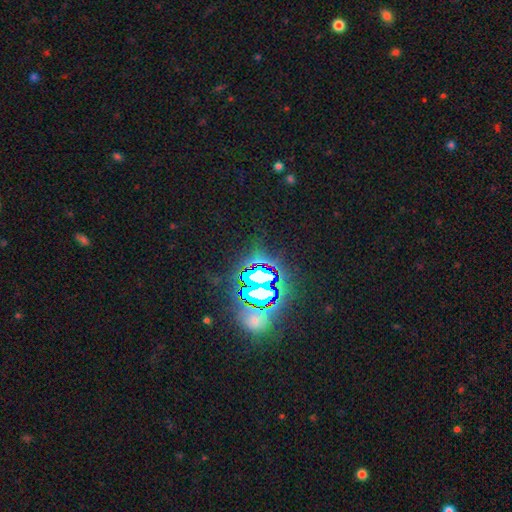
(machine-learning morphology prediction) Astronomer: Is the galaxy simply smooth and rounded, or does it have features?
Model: star or artifact — 82%.